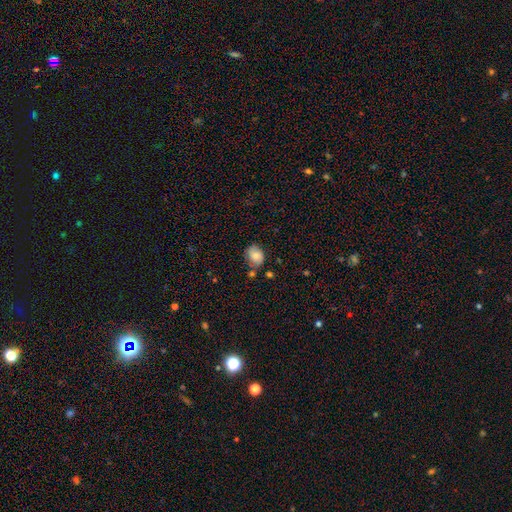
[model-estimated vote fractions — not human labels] Smooth or featured?
  - smooth: 74% *
  - featured or disk: 17%
  - star or artifact: 9%
How rounded?
  - in between: 50% *
  - round: 49%
  - cigar-shaped: 1%
Merging?
  - none: 64% *
  - minor disturbance: 23%
  - merger: 8%
  - major disturbance: 6%